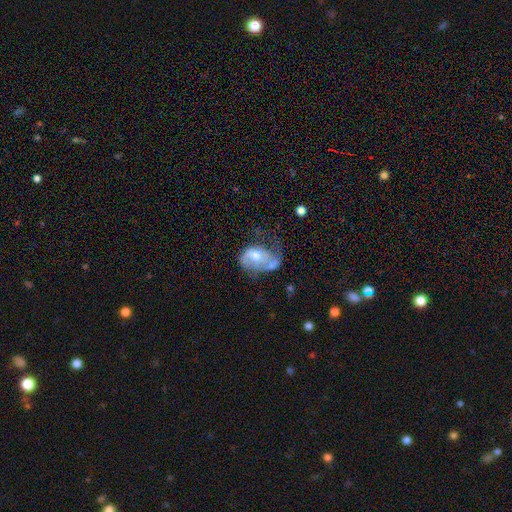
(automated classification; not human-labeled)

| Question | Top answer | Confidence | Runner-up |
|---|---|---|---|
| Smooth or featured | featured or disk | 62% | smooth (31%) |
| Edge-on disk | no | 97% | yes (3%) |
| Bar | no | 69% | weak (26%) |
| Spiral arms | yes | 71% | no (29%) |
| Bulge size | moderate | 64% | small (23%) |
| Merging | major disturbance | 32% | minor disturbance (24%) |